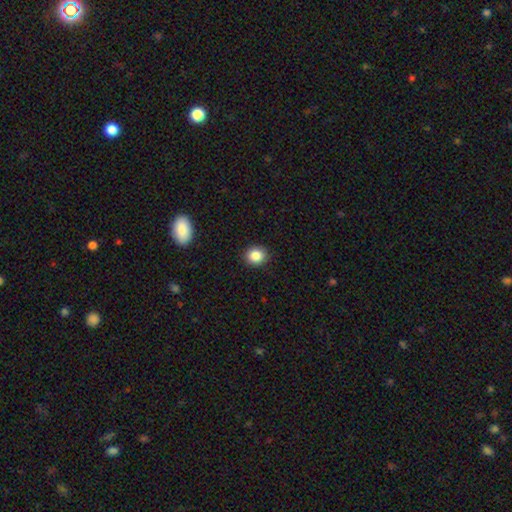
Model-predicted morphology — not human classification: Smooth or featured? smooth (86%)
How rounded? round (73%)
Merging? none (90%)